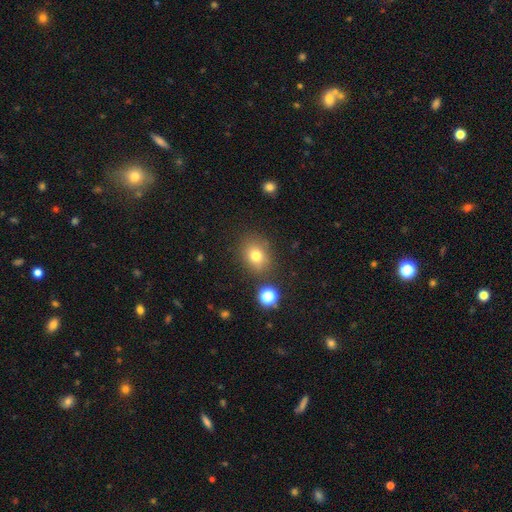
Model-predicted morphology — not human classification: A smooth galaxy with no disk features (75%) that is round (55%).

Vote fractions:
- Smooth or featured? smooth: 75% / star or artifact: 15% / featured or disk: 10%
- How rounded? round: 55% / in between: 44% / cigar-shaped: 1%
- Merging? none: 79% / minor disturbance: 12% / merger: 5% / major disturbance: 4%